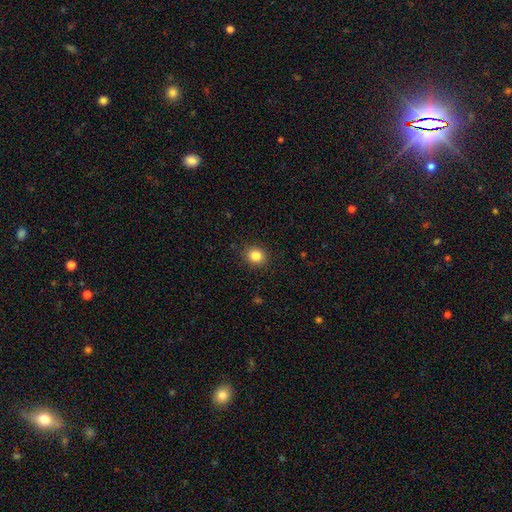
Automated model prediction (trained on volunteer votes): The model was most divided on "how rounded": round: 74%, in between: 25%, cigar-shaped: 1%. More confident: merging — none (89%); smooth or featured — smooth (85%).